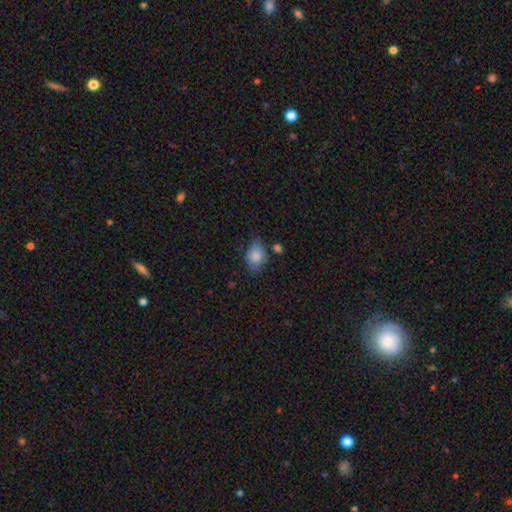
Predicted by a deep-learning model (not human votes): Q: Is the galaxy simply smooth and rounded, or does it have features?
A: smooth — 83%.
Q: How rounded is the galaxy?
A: in between — 71%.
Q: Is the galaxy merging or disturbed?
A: none — 55%.